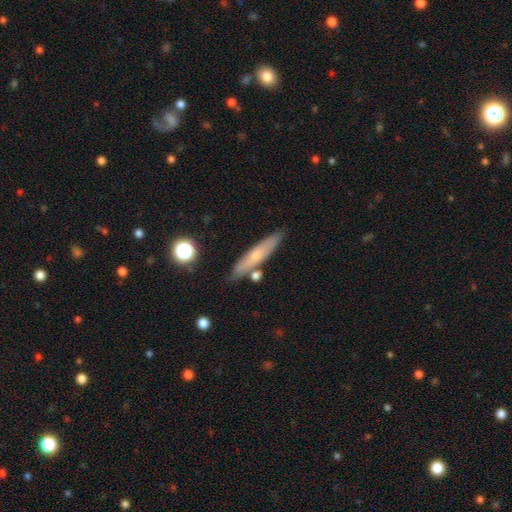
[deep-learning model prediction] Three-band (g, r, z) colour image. It shows a smooth galaxy with no disk features (56%) that is cigar-shaped (86%). Merging: none (79%).